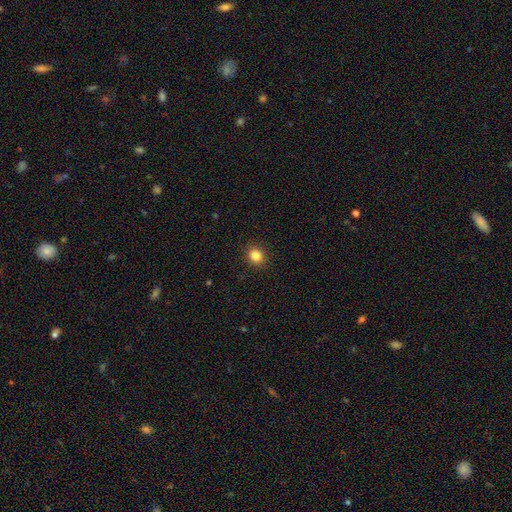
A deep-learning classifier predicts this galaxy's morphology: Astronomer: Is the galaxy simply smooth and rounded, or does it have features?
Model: smooth — 84%.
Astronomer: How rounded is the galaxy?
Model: round — 78%.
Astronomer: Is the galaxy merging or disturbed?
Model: none — 91%.